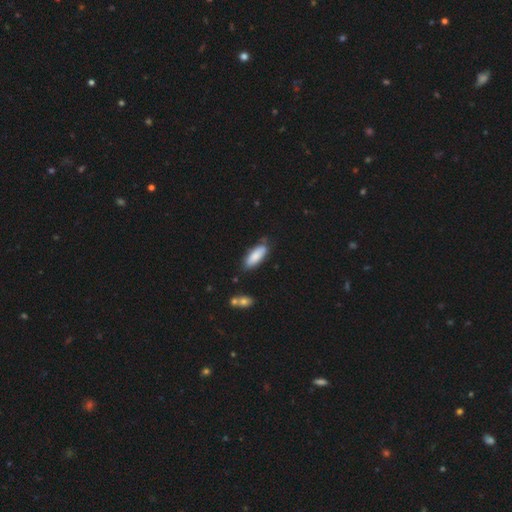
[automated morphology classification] The model was most divided on "how rounded": in between: 69%, cigar-shaped: 29%, round: 2%. More confident: smooth or featured — smooth (83%); merging — none (71%).